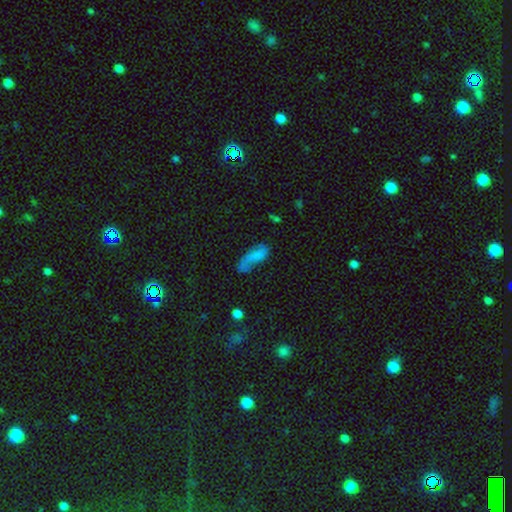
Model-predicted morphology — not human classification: smooth 59%, featured or disk 31%, star or artifact 10%. Down the decision tree: how rounded — in between (75%); merging — none (36%).